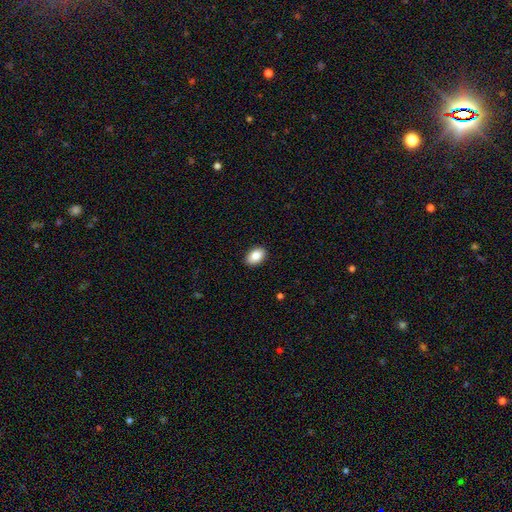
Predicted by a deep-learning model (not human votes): The model was most divided on "how rounded": in between: 88%, round: 11%, cigar-shaped: 1%. More confident: merging — none (90%); smooth or featured — smooth (86%).